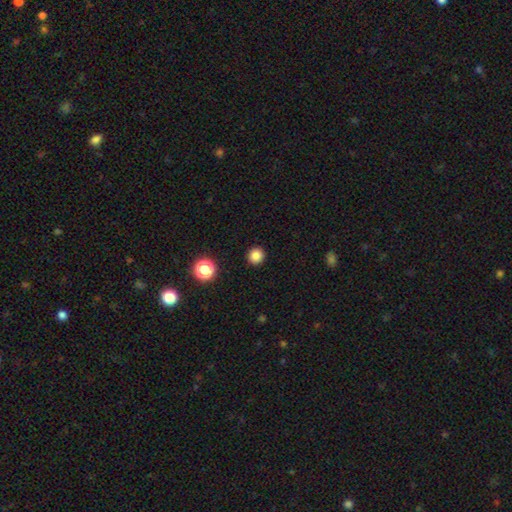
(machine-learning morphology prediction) smooth 85%, star or artifact 12%, featured or disk 3%. Down the decision tree: how rounded — round (93%); merging — none (93%).